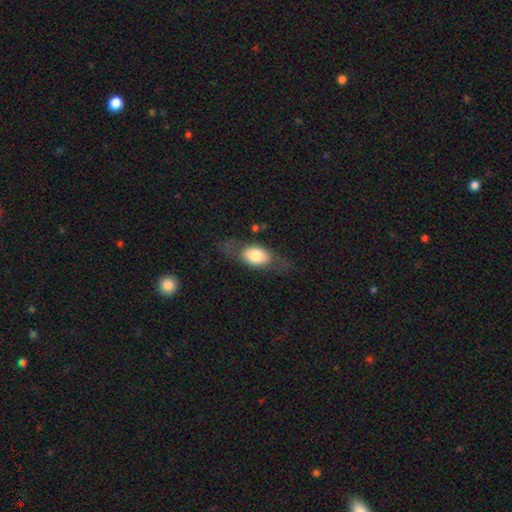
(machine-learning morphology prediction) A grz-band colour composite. It shows a smooth galaxy with no disk features (61%) that is in between round and cigar-shaped (78%). Merging: none (69%).